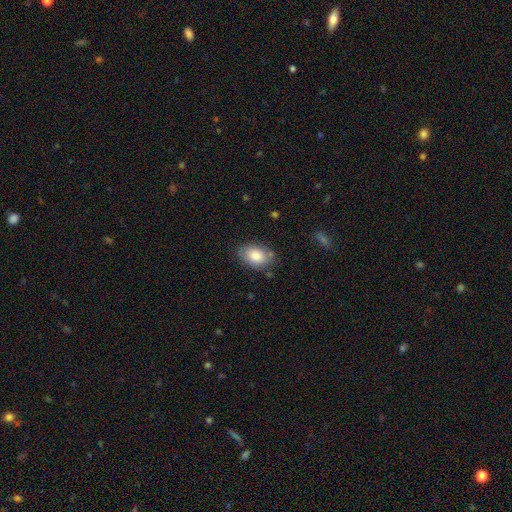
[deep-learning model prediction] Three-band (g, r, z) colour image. It shows a smooth galaxy with no disk features (83%) that is in between round and cigar-shaped (89%). Merging: none (77%).